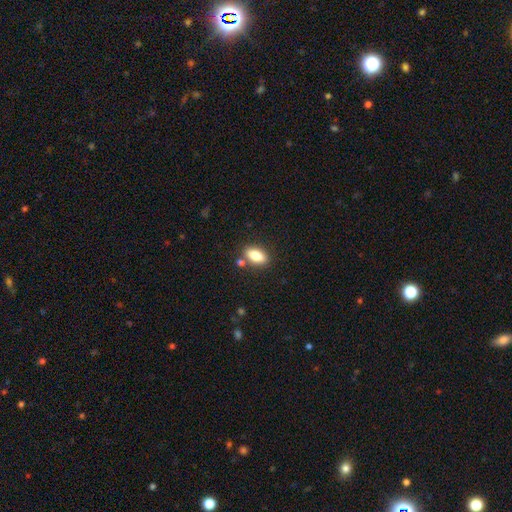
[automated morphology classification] type=smooth (79%); roundness=in between (87%); merging=none (77%).